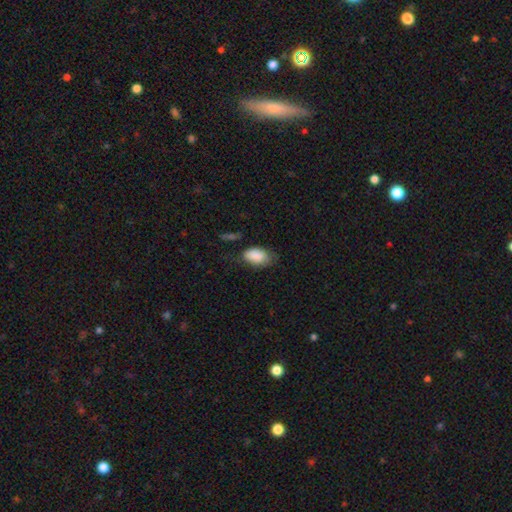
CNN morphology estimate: Smooth or featured? Predicted: smooth (p=0.87). How rounded? Predicted: in between (p=0.92). Merging? Predicted: none (p=0.55).